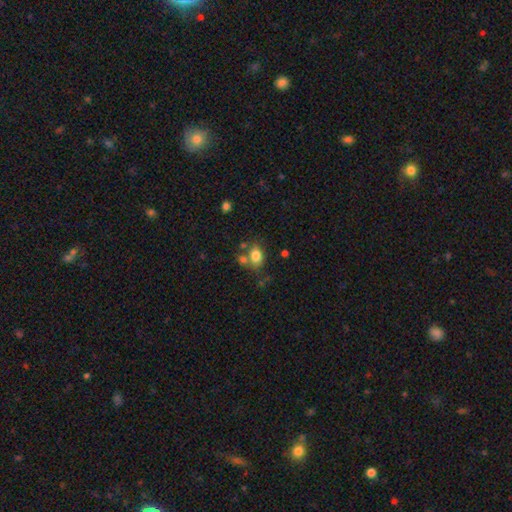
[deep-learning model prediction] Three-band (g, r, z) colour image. It shows a smooth galaxy with no disk features (80%) that is in between round and cigar-shaped (73%). Merging: none (59%).